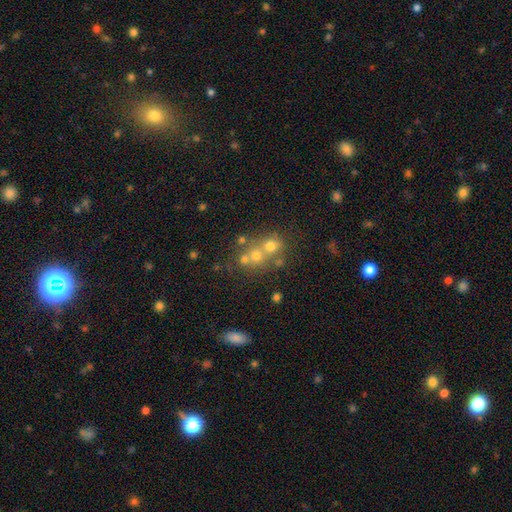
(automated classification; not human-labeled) smooth_or_featured: smooth (p=0.58) [alt: featured or disk p=0.23]
how_rounded: round (p=0.78) [alt: in between p=0.20]
merging: merger (p=0.50) [alt: none p=0.38]